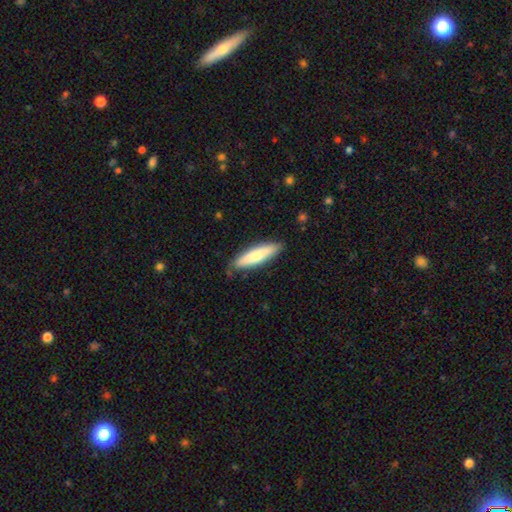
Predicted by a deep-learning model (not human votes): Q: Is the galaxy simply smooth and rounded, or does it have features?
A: smooth — 74%.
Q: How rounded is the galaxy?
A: cigar-shaped — 71%.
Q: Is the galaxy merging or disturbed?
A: none — 79%.